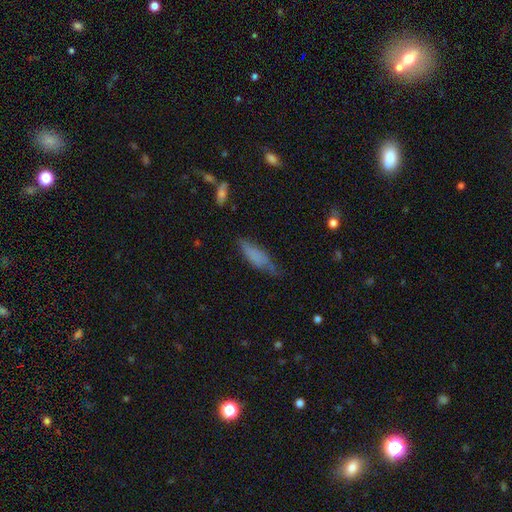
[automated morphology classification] Smooth or featured? smooth (70%)
How rounded? cigar-shaped (50%)
Merging? none (51%)